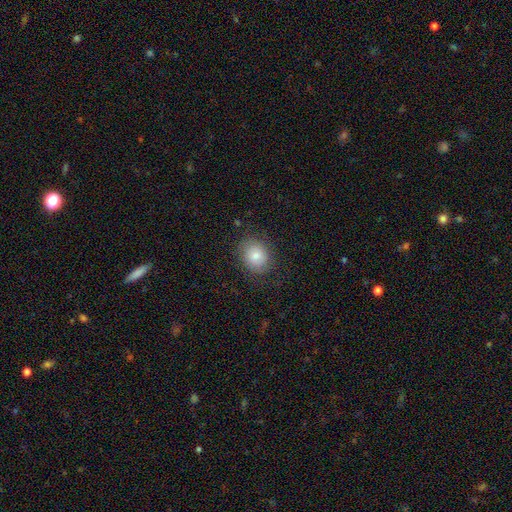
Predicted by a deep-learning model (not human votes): Smooth or featured? Predicted: smooth (p=0.77). How rounded? Predicted: round (p=0.60). Merging? Predicted: none (p=0.78).